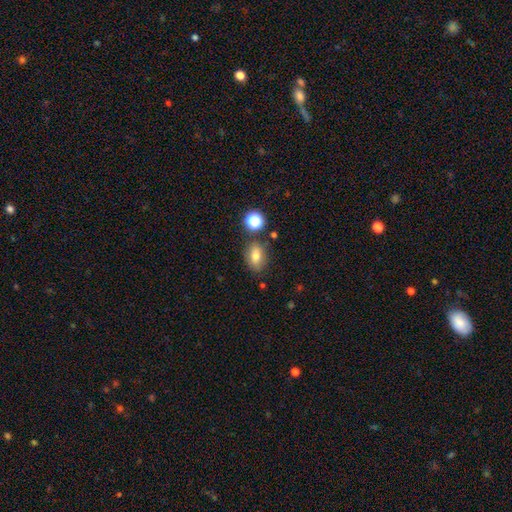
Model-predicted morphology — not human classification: smooth 75%, featured or disk 13%, star or artifact 13%. Down the decision tree: how rounded — in between (77%); merging — none (77%).